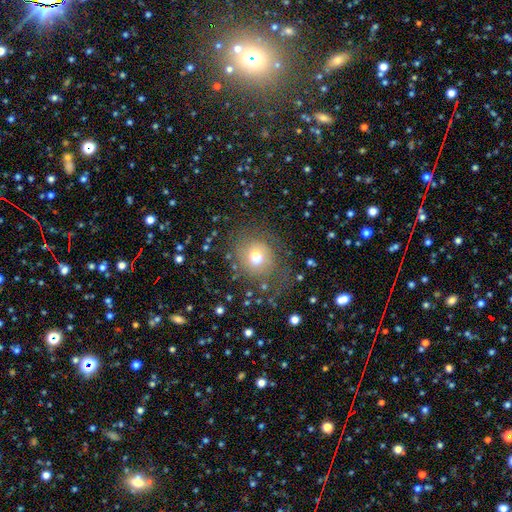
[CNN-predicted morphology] type=smooth (64%); roundness=round (70%); merging=none (65%).